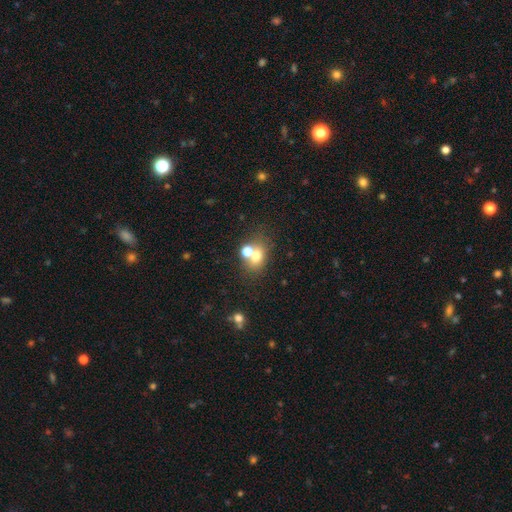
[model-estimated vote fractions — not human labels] smooth_or_featured: smooth (p=0.68) [alt: featured or disk p=0.17]
how_rounded: in between (p=0.53) [alt: round p=0.46]
merging: none (p=0.47) [alt: merger p=0.38]